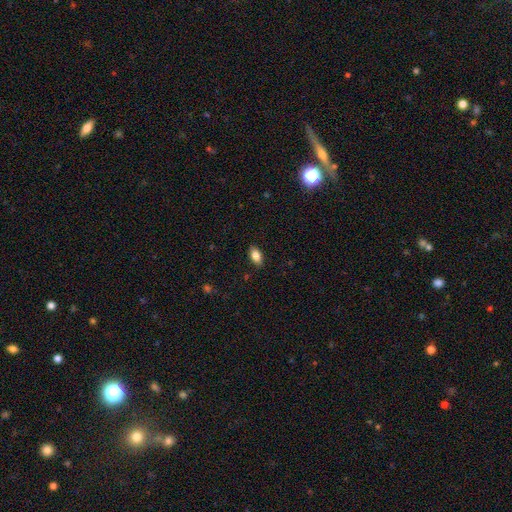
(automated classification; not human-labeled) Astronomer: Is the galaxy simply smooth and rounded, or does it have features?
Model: smooth — 81%.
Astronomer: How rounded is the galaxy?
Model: in between — 90%.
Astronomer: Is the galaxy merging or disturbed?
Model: none — 87%.